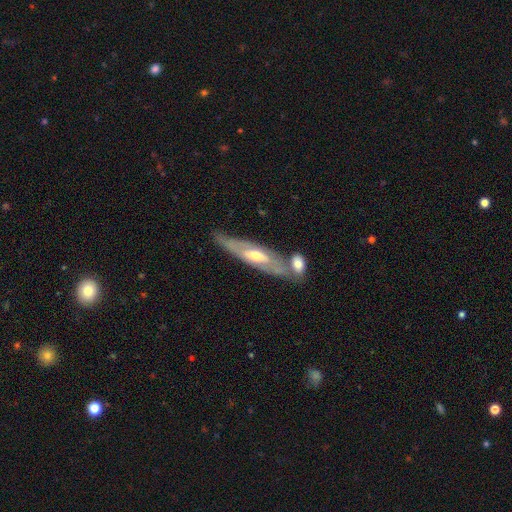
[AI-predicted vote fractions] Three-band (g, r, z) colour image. It shows a featured or disk galaxy (72%). Merging: none (56%).